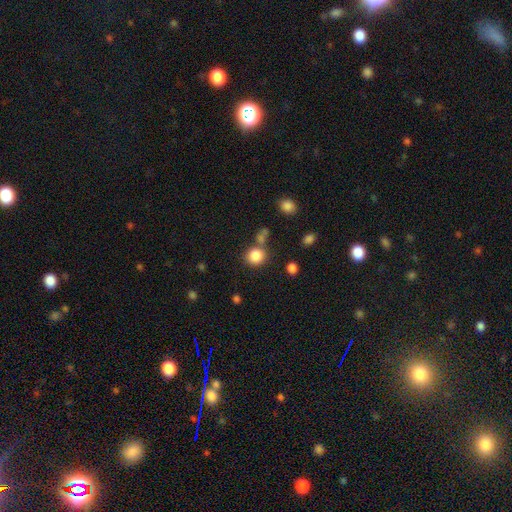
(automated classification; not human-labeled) A smooth galaxy with no disk features (85%) that is round (85%).

Vote fractions:
- Smooth or featured? smooth: 85% / star or artifact: 10% / featured or disk: 5%
- How rounded? round: 85% / in between: 14% / cigar-shaped: 1%
- Merging? none: 68% / merger: 15% / minor disturbance: 11% / major disturbance: 5%